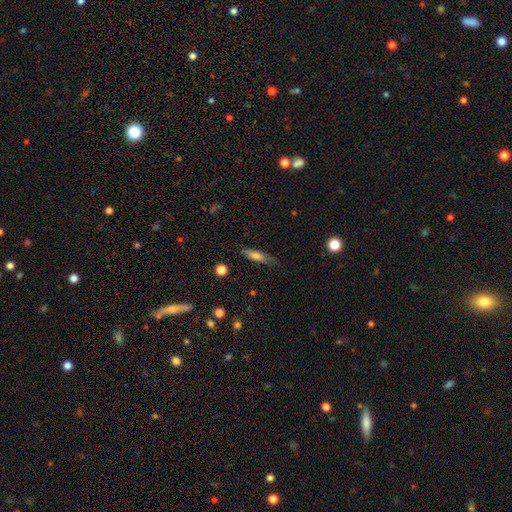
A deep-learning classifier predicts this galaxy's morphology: Smooth or featured?
  - smooth: 68% *
  - featured or disk: 24%
  - star or artifact: 8%
How rounded?
  - cigar-shaped: 62% *
  - in between: 35%
  - round: 3%
Merging?
  - none: 70% *
  - minor disturbance: 23%
  - major disturbance: 5%
  - merger: 2%